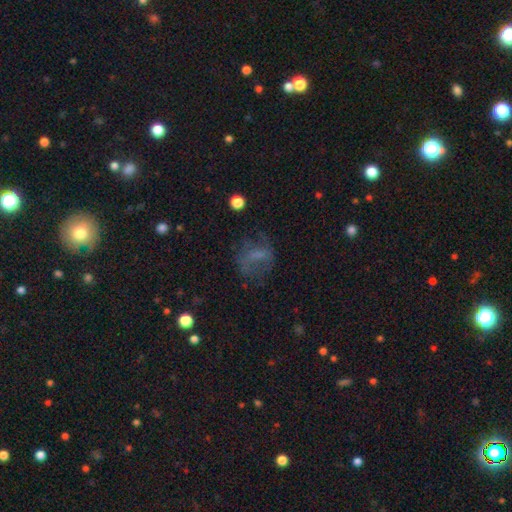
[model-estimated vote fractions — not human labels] Overall: smooth (42%; featured or disk 38%). Merging: none (50%; major disturbance 28%).